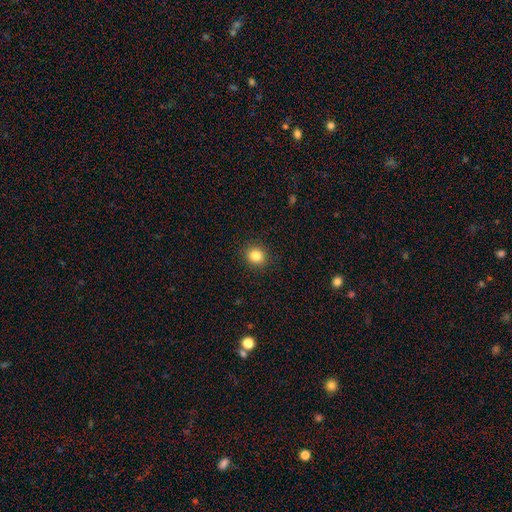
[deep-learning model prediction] A smooth galaxy with no disk features (84%) that is round (82%).

Vote fractions:
- Smooth or featured? smooth: 84% / star or artifact: 11% / featured or disk: 5%
- How rounded? round: 82% / in between: 17% / cigar-shaped: 1%
- Merging? none: 91% / minor disturbance: 6% / major disturbance: 2% / merger: 1%